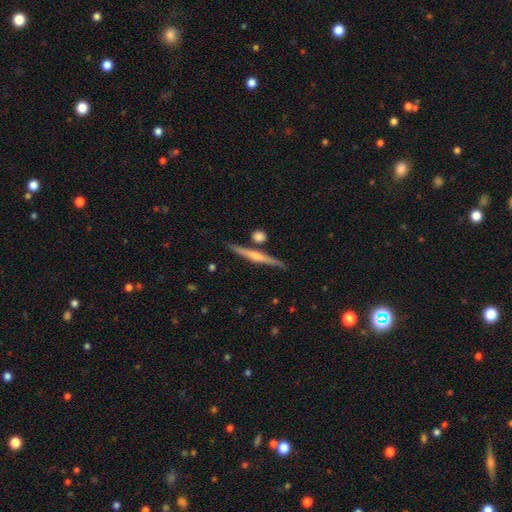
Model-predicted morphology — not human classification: A featured or disk galaxy (62%) viewed edge-on (97%) with a rounded central bulge (62%). Merging: none (82%).